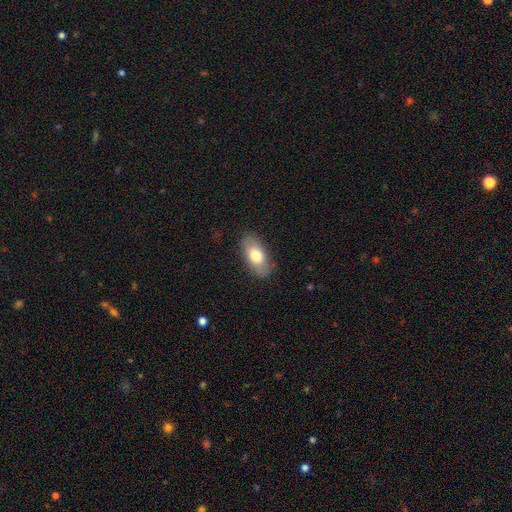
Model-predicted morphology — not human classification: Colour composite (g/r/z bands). It shows a smooth galaxy with no disk features (74%) that is in between round and cigar-shaped (90%). Merging: none (84%).